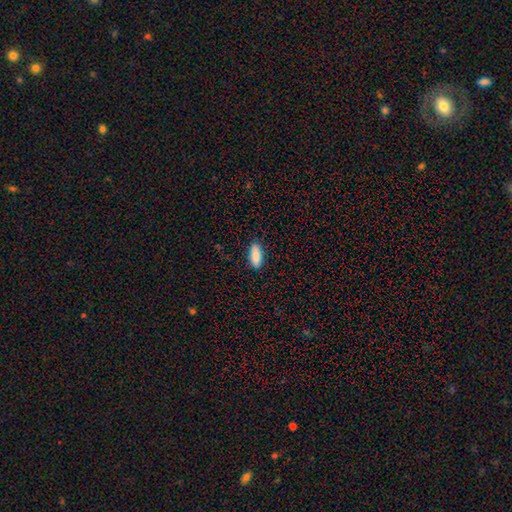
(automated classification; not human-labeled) Q: Smooth or featured?
A: smooth (88%); runner-up: star or artifact (7%)
Q: How rounded?
A: in between (78%); runner-up: cigar-shaped (20%)
Q: Merging?
A: none (87%); runner-up: minor disturbance (10%)